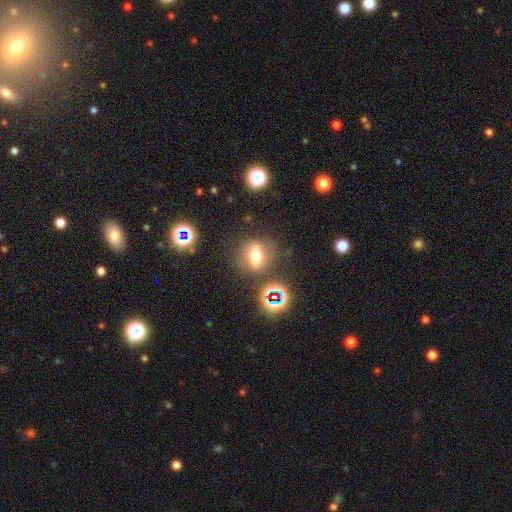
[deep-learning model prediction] This appears to be a smooth galaxy with no disk features (49%). Merging: none (72%).